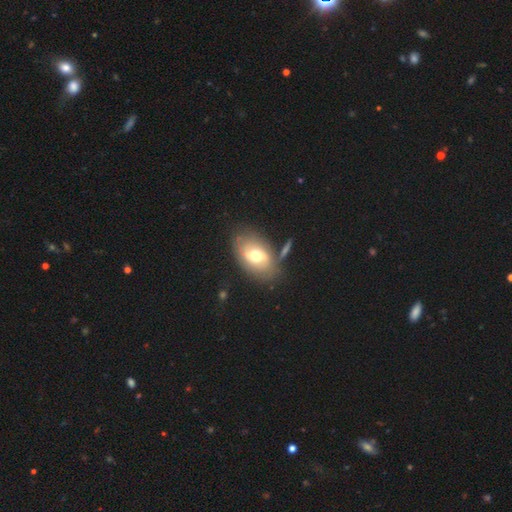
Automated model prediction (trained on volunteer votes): Smooth or featured? Predicted: smooth (p=0.52). How rounded? Predicted: in between (p=0.86). Merging? Predicted: none (p=0.66).